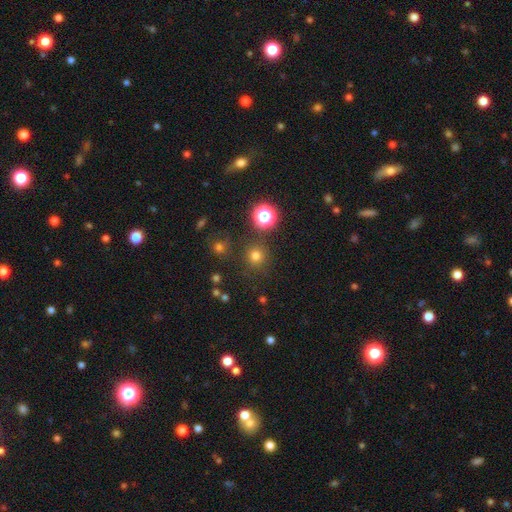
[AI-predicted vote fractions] Smooth or featured: smooth — 73% (star or artifact — 22%)
How rounded: round — 94% (in between — 5%)
Merging: none — 86% (minor disturbance — 7%)